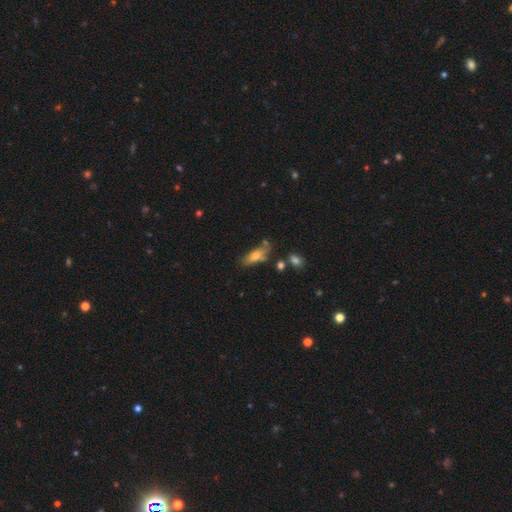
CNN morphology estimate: Smooth or featured: smooth — 66% (featured or disk — 25%)
How rounded: in between — 66% (cigar-shaped — 31%)
Merging: none — 54% (minor disturbance — 25%)